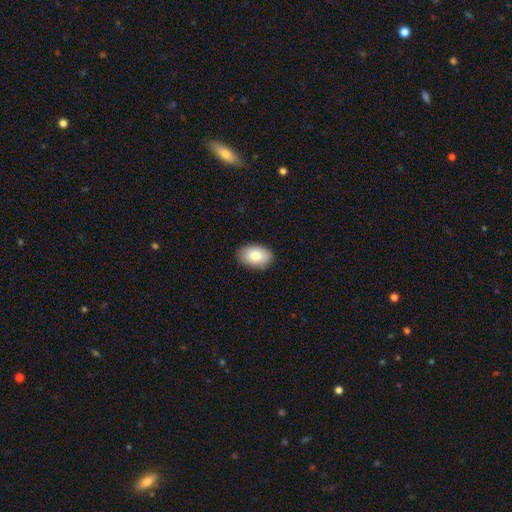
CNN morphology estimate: A smooth galaxy with no disk features (86%) that is in between round and cigar-shaped (92%). Merging: none (88%).